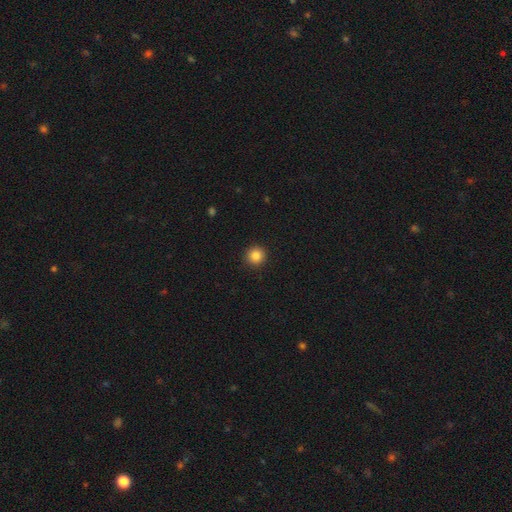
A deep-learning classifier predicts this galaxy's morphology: Q: Smooth or featured?
A: smooth (86%); runner-up: star or artifact (10%)
Q: How rounded?
A: round (94%); runner-up: in between (5%)
Q: Merging?
A: none (93%); runner-up: minor disturbance (5%)